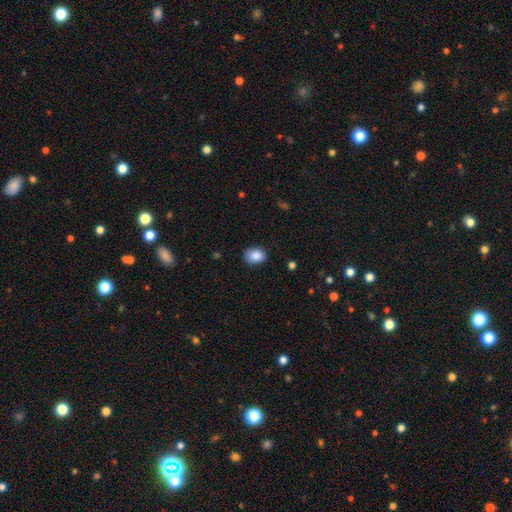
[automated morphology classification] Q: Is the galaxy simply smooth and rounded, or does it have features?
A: smooth — 88%.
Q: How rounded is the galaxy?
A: in between — 65%.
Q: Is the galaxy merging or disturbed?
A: none — 81%.